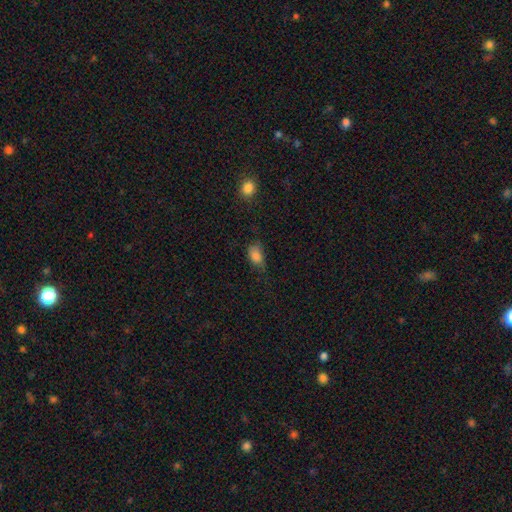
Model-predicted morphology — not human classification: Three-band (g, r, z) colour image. It shows a smooth galaxy with no disk features (83%) that is in between round and cigar-shaped (85%). Merging: none (51%).